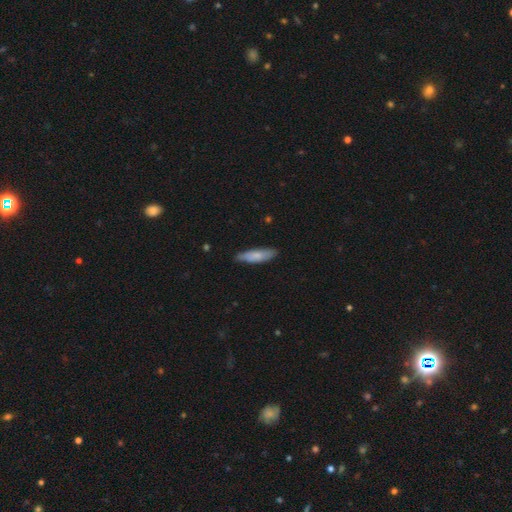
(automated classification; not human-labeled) This is likely a smooth galaxy (75%). How rounded: possibly cigar-shaped (59%). Merging: likely none (78%).